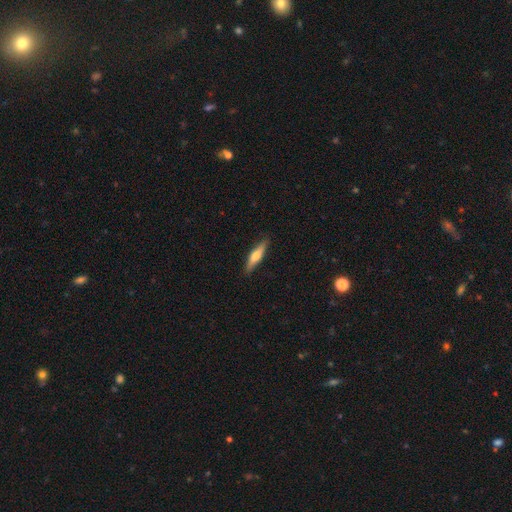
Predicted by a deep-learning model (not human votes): Overall: smooth (55%; featured or disk 40%). How rounded: cigar-shaped (78%). Merging: none (88%).